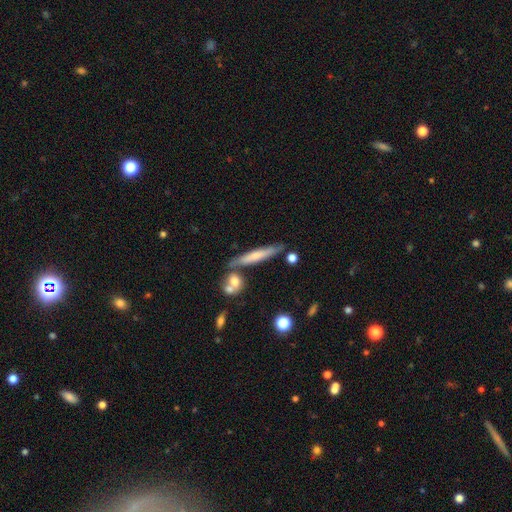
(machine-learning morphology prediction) type=smooth (59%); roundness=cigar-shaped (90%); merging=none (70%).